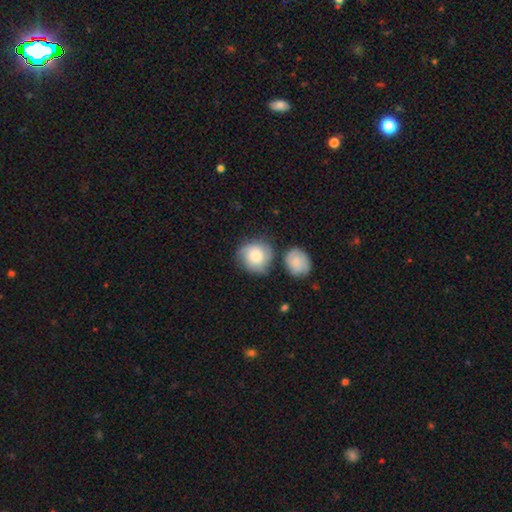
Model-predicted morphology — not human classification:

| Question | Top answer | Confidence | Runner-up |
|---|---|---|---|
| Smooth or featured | smooth | 57% | featured or disk (36%) |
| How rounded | round | 86% | in between (13%) |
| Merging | none | 62% | minor disturbance (20%) |